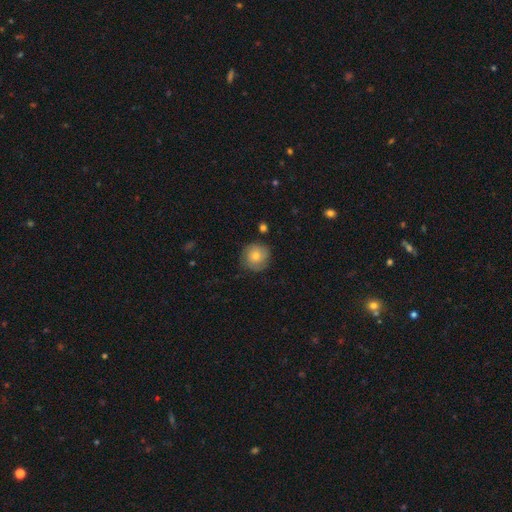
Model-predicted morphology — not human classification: Smooth or featured?
  - smooth: 63% *
  - featured or disk: 28%
  - star or artifact: 9%
How rounded?
  - round: 93% *
  - in between: 6%
  - cigar-shaped: 1%
Merging?
  - none: 80% *
  - minor disturbance: 15%
  - major disturbance: 4%
  - merger: 2%